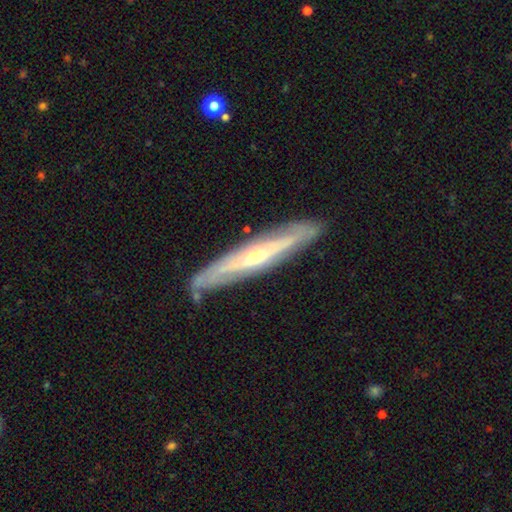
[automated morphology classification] A featured or disk galaxy (75%) viewed edge-on (73%) with a rounded central bulge (72%).

Vote fractions:
- Smooth or featured? featured or disk: 75% / smooth: 20% / star or artifact: 6%
- Edge-on disk? yes: 73% / no: 27%
- Edge-on bulge? rounded: 72% / none: 24% / boxy: 4%
- Merging? none: 82% / minor disturbance: 14% / major disturbance: 3% / merger: 2%